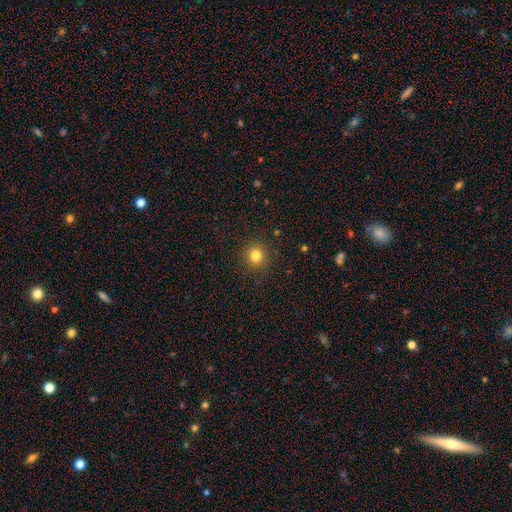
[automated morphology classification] This appears to be a smooth galaxy with no disk features (82%) that is round (91%). Merging: none (91%).